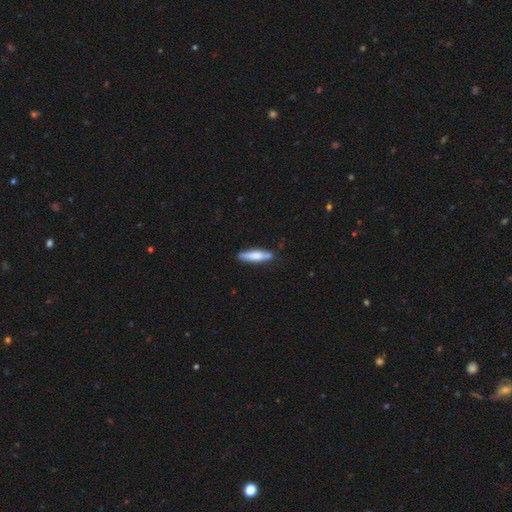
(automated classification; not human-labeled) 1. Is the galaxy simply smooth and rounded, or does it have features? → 64% smooth, 30% featured or disk, 6% star or artifact.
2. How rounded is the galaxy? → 78% cigar-shaped, 20% in between, 2% round.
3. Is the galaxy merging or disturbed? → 79% none, 14% minor disturbance, 4% merger, 3% major disturbance.